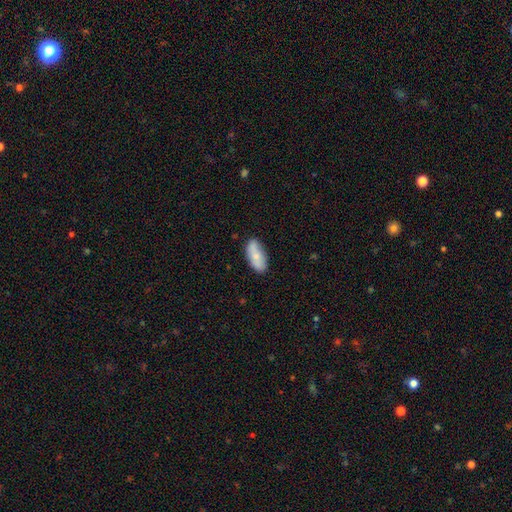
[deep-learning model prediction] smooth_or_featured: smooth (p=0.74) [alt: featured or disk p=0.20]
how_rounded: in between (p=0.87) [alt: cigar-shaped p=0.10]
merging: none (p=0.76) [alt: minor disturbance p=0.18]